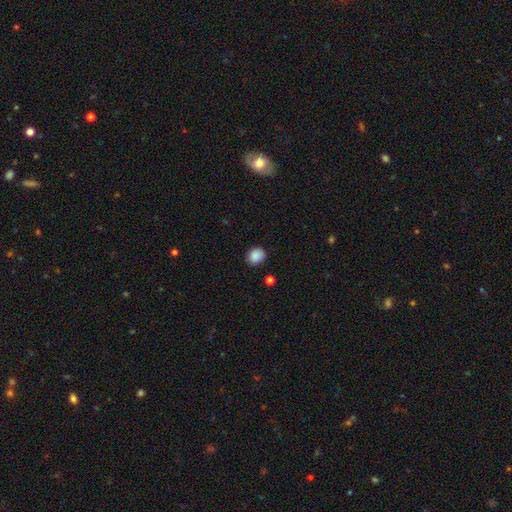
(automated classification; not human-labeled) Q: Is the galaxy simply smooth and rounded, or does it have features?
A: smooth — 88%.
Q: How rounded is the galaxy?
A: round — 66%.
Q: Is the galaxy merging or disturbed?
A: none — 84%.